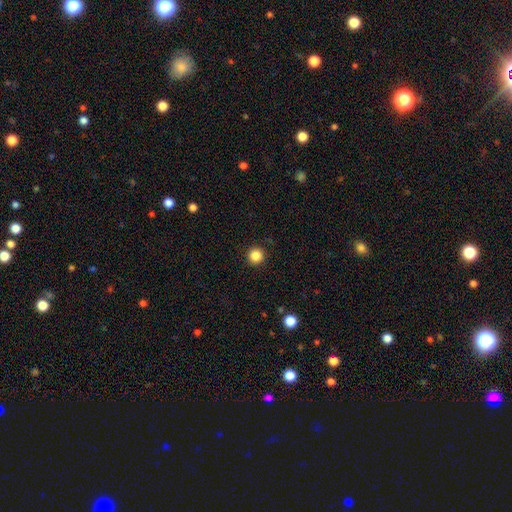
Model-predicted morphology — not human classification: Smooth or featured? smooth (86%)
How rounded? round (96%)
Merging? none (92%)